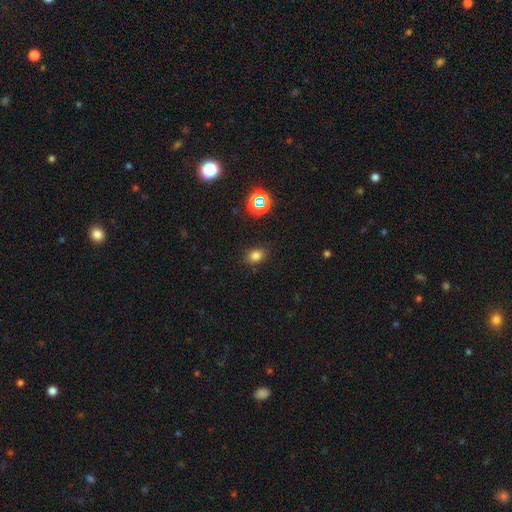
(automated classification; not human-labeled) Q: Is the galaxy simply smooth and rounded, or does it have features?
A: smooth — 77%.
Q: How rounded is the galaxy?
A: in between — 62%.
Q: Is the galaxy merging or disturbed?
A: none — 85%.